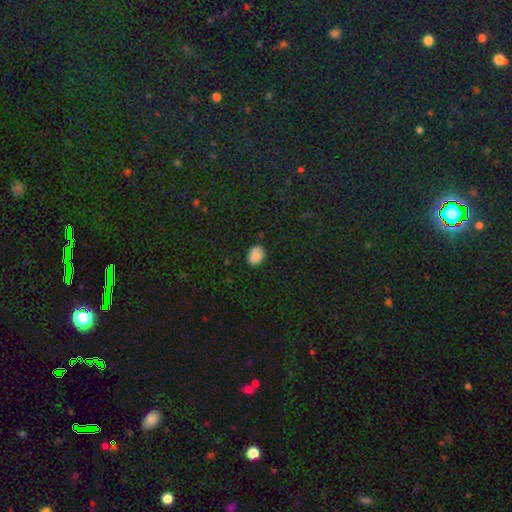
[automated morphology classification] This appears to be a smooth galaxy with no disk features (86%) that is in between round and cigar-shaped (72%). Merging: none (78%).